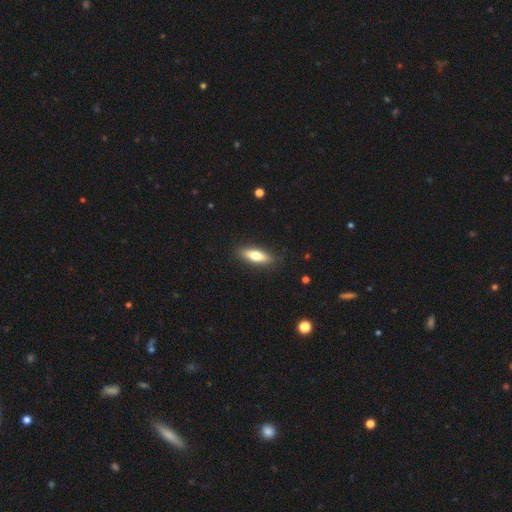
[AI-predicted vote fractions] smooth_or_featured: smooth (p=0.64) [alt: featured or disk p=0.30]
how_rounded: in between (p=0.49) [alt: cigar-shaped p=0.48]
merging: none (p=0.88) [alt: minor disturbance p=0.09]